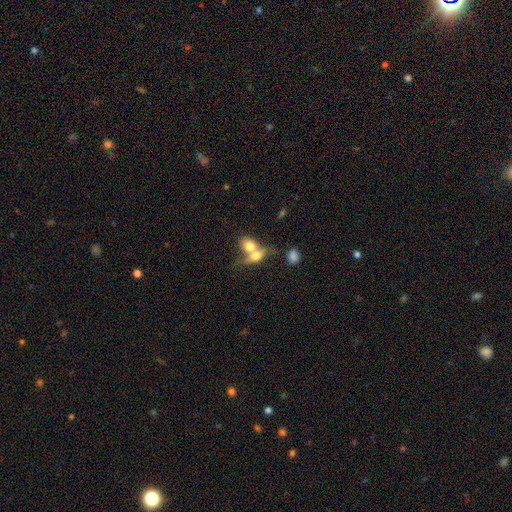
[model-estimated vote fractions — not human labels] smooth-or-featured: smooth: 68% | featured or disk: 24% | star or artifact: 8%
  how-rounded: in between: 65% | round: 25% | cigar-shaped: 9%
  merging: merger: 70% | none: 18% | minor disturbance: 6% | major disturbance: 5%